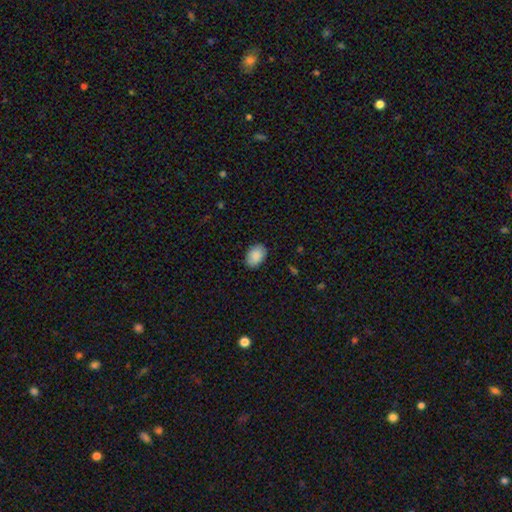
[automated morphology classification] This is clearly a smooth galaxy (89%). How rounded: clearly in between (81%). Merging: clearly none (86%).